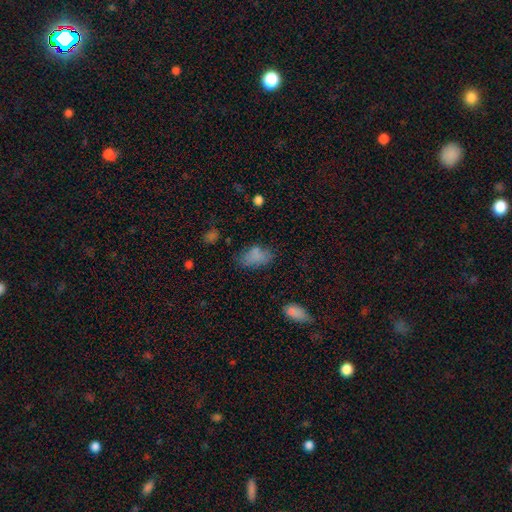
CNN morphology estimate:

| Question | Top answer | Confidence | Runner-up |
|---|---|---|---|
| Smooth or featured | smooth | 76% | star or artifact (13%) |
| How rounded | in between | 91% | round (6%) |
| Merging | none | 56% | minor disturbance (26%) |